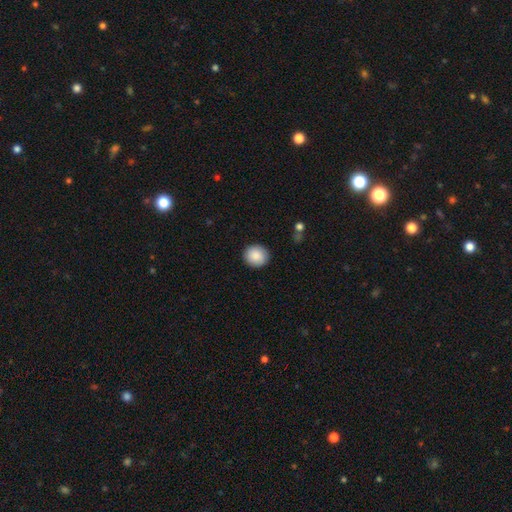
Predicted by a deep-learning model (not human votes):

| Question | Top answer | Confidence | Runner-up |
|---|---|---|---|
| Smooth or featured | smooth | 88% | star or artifact (7%) |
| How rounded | round | 91% | in between (8%) |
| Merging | none | 91% | minor disturbance (6%) |